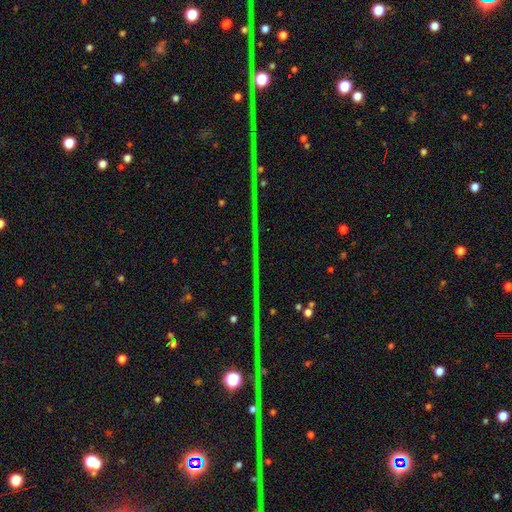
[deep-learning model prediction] A star or artifact, not a galaxy (85%).

Vote fractions:
- Smooth or featured? star or artifact: 85% / featured or disk: 8% / smooth: 7%